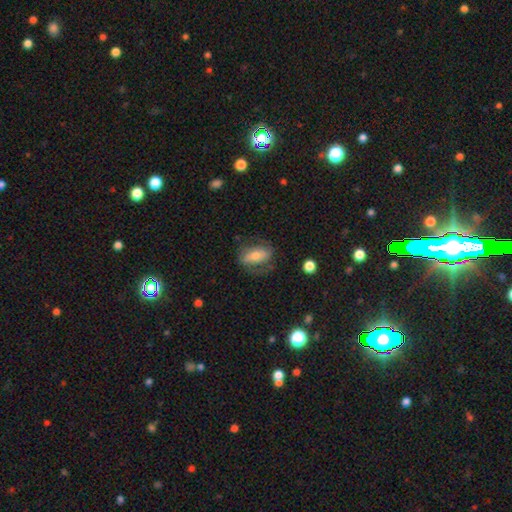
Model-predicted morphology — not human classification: smooth-or-featured: smooth: 46% (tied) | featured or disk: 46% (tied) | star or artifact: 9%
  merging: none: 64% | minor disturbance: 21% | major disturbance: 14% | merger: 2%